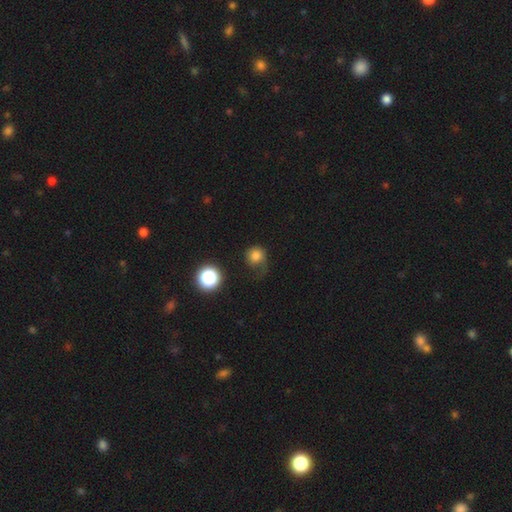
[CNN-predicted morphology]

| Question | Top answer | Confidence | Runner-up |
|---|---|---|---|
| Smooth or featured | smooth | 78% | star or artifact (12%) |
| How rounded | round | 86% | in between (13%) |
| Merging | none | 39% | major disturbance (31%) |